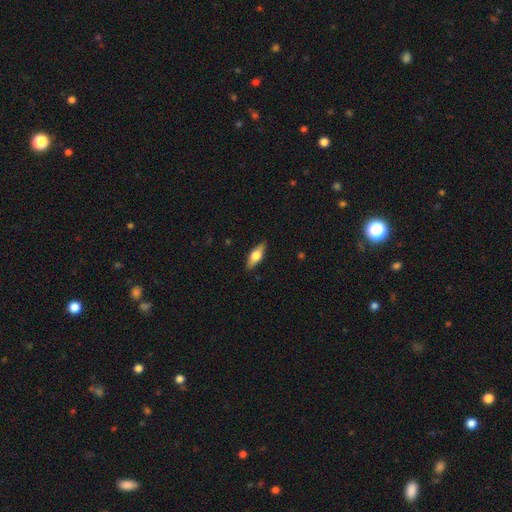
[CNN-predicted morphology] This appears to be a smooth galaxy with no disk features (57%) that is in between round and cigar-shaped (67%). Merging: none (87%).